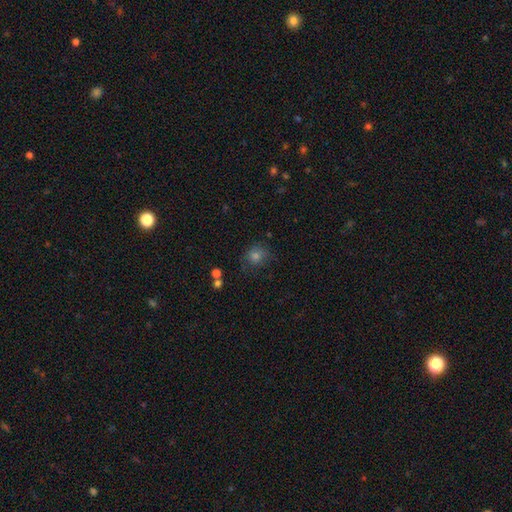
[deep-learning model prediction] Smooth or featured? Predicted: smooth (p=0.68). How rounded? Predicted: round (p=0.83). Merging? Predicted: none (p=0.71).